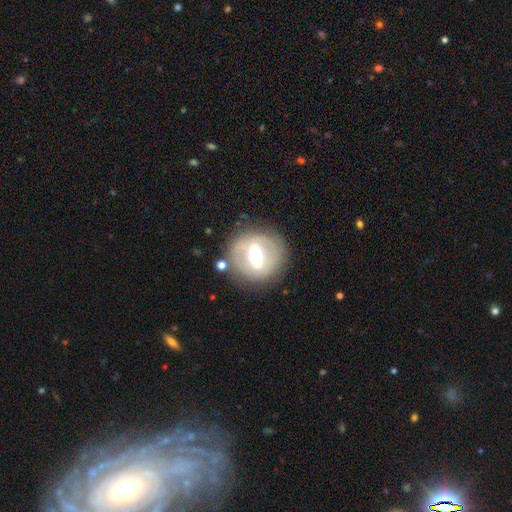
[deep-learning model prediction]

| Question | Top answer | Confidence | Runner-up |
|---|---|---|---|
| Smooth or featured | featured or disk | 61% | smooth (31%) |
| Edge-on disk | no | 84% | yes (16%) |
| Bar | strong | 56% | weak (30%) |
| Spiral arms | no | 84% | yes (16%) |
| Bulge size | moderate | 66% | large (24%) |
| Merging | none | 77% | minor disturbance (12%) |